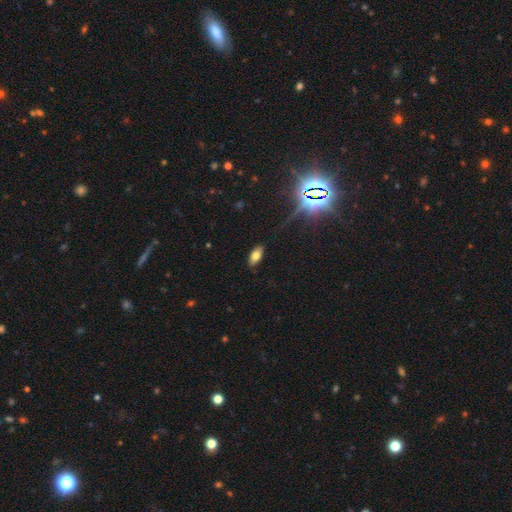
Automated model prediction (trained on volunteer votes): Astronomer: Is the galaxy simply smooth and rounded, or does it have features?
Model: smooth — 72%.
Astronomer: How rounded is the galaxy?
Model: in between — 89%.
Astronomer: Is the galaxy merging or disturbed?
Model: none — 88%.